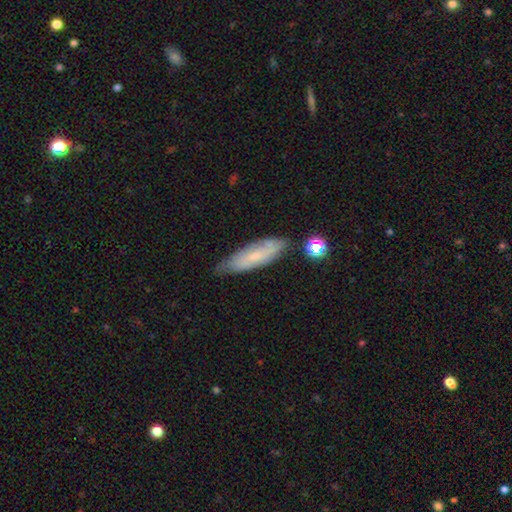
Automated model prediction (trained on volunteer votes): This appears to be a smooth galaxy with no disk features (49%). Merging: none (69%).